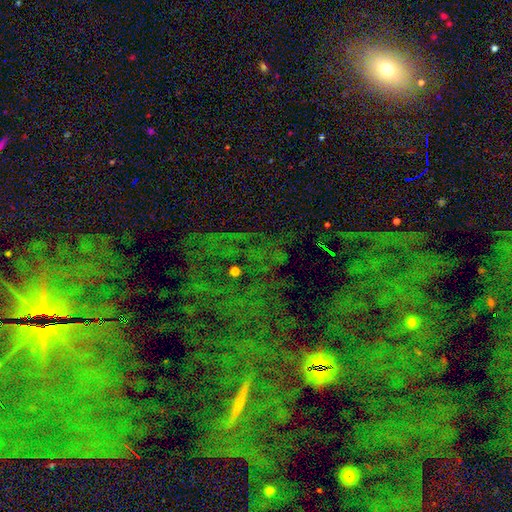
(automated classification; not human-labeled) A star or artifact, not a galaxy (79%).